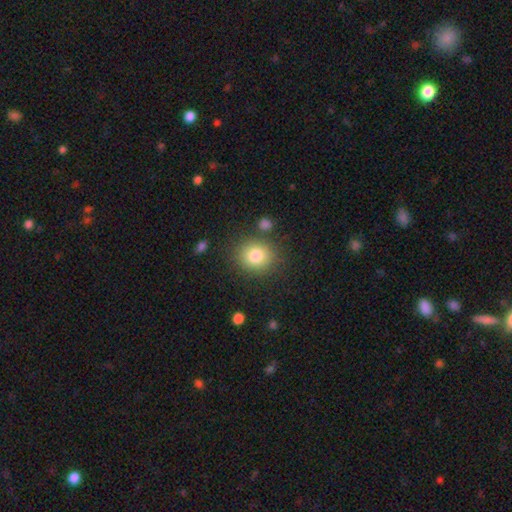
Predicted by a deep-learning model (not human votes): Smooth or featured?
  - smooth: 81% *
  - star or artifact: 10%
  - featured or disk: 8%
How rounded?
  - round: 79% *
  - in between: 20%
  - cigar-shaped: 1%
Merging?
  - none: 81% *
  - minor disturbance: 10%
  - merger: 5%
  - major disturbance: 4%